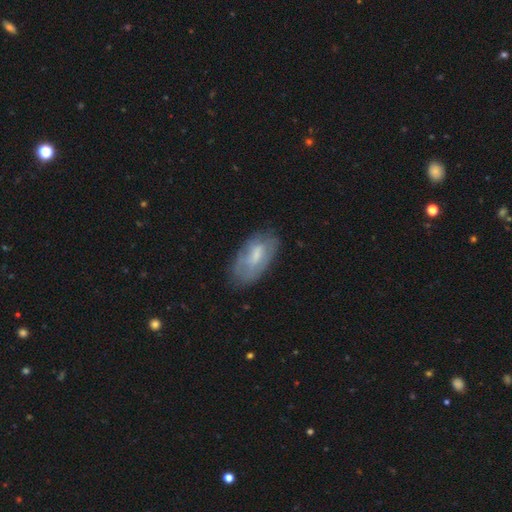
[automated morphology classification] smooth_or_featured: smooth (p=0.52) [alt: featured or disk p=0.41]
how_rounded: in between (p=0.91) [alt: cigar-shaped p=0.07]
merging: none (p=0.65) [alt: minor disturbance p=0.25]